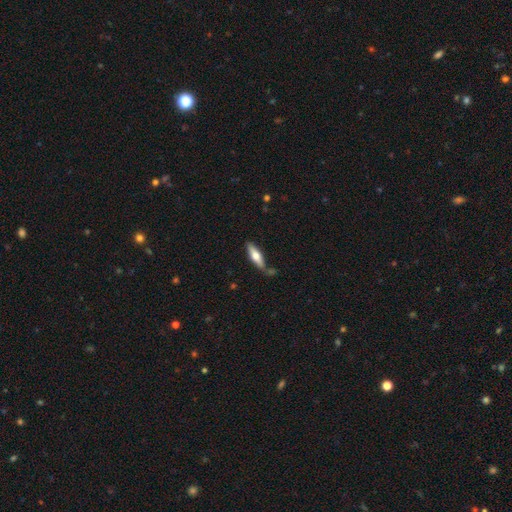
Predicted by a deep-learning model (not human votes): Morphology: type=smooth (56%); roundness=cigar-shaped (60%); merging=none (71%).